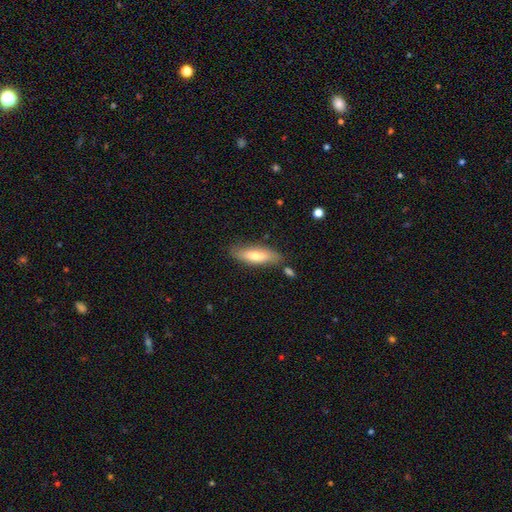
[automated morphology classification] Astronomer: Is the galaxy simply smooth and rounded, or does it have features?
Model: smooth — 66%.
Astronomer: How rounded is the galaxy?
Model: cigar-shaped — 56% (runner-up: in between, 42%).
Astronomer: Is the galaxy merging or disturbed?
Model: none — 79%.